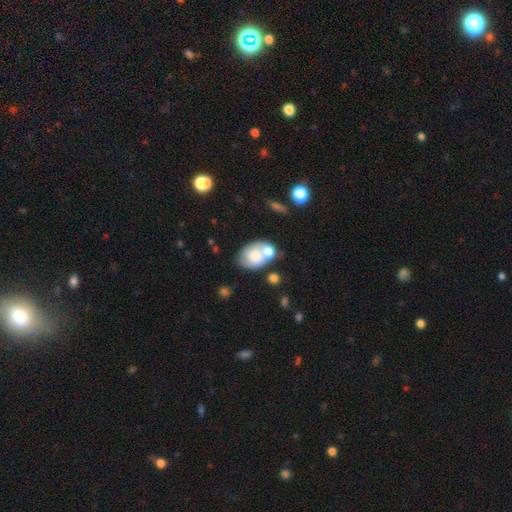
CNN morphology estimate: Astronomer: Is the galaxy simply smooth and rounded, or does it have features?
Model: smooth — 62%.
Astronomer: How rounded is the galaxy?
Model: in between — 74%.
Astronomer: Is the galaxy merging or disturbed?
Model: merger — 42% (runner-up: none, 35%).